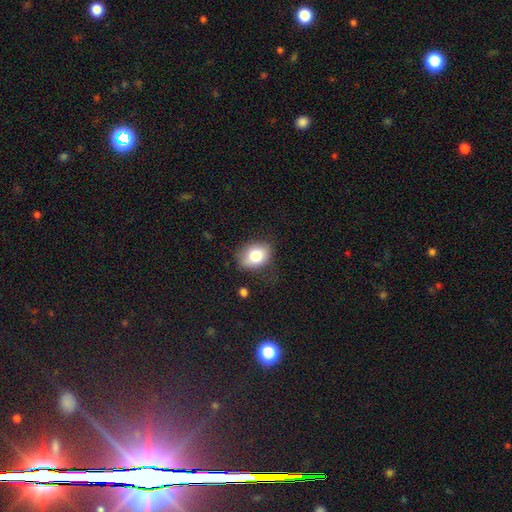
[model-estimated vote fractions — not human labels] This is likely a smooth galaxy (78%). How rounded: likely in between (69%). Merging: likely none (70%).